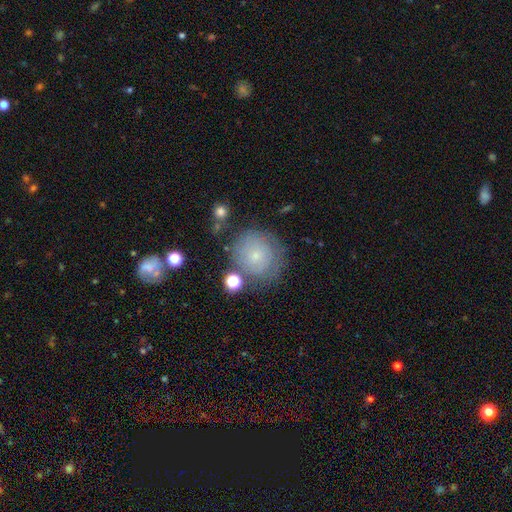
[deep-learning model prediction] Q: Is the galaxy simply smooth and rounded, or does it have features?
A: smooth — 51%.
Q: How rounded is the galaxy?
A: round — 88%.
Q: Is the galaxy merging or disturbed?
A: none — 71%.